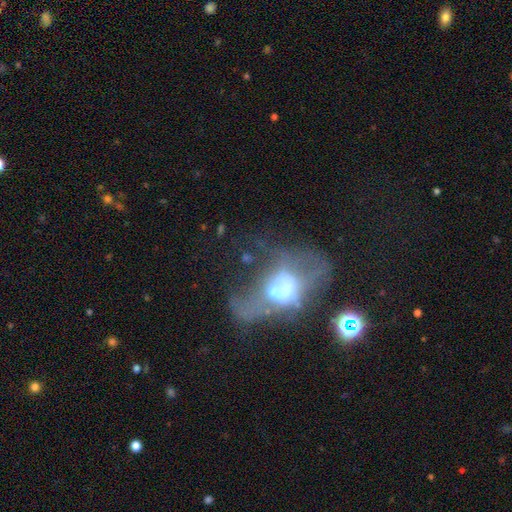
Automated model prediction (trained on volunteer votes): A featured or disk galaxy (53%). Merging: major disturbance (41%).